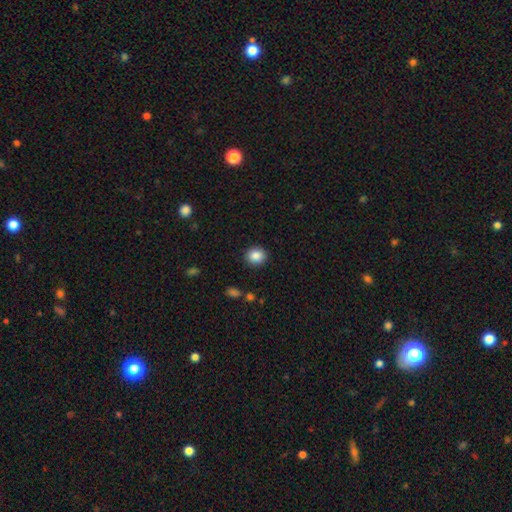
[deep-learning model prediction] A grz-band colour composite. It shows a smooth galaxy with no disk features (87%) that is round (83%). Merging: none (90%).